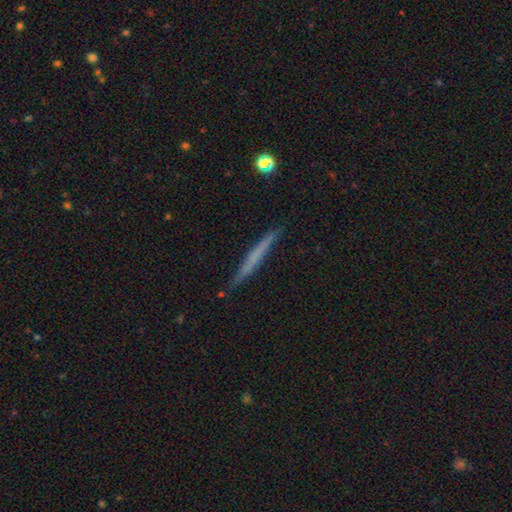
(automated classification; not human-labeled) Smooth or featured? smooth (48%)
Merging? none (87%)